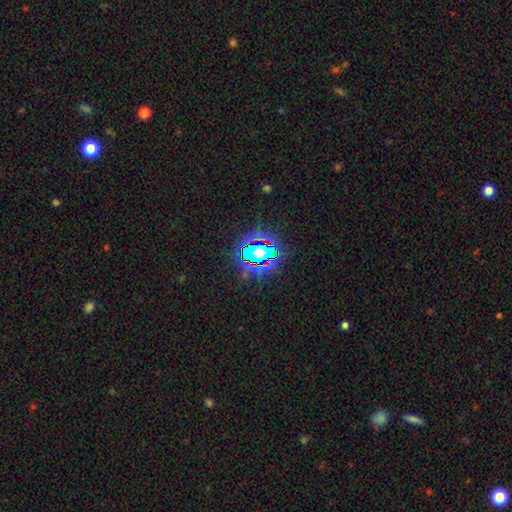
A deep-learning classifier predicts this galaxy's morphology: smooth_or_featured: star or artifact (p=0.80) [alt: smooth p=0.12]